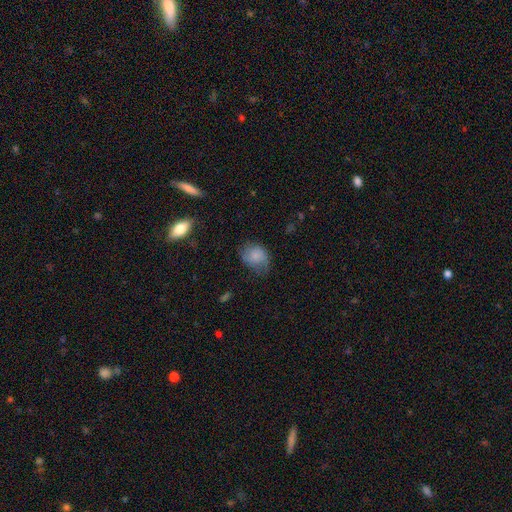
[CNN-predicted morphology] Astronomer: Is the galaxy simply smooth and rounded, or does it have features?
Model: smooth — 79%.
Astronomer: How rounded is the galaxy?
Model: in between — 55% (runner-up: round, 44%).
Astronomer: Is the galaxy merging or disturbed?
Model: none — 57%.